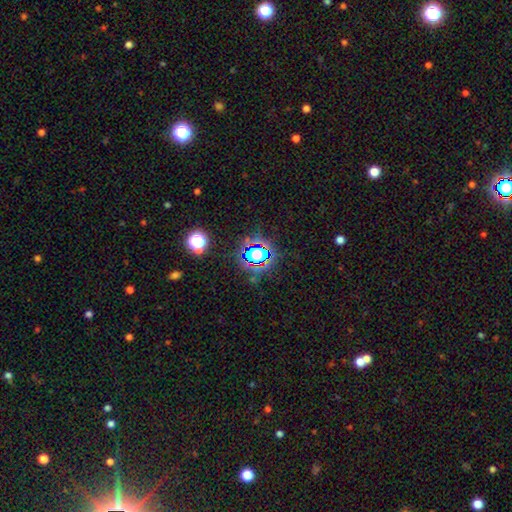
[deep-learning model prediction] This is possibly a star or artifact rather than a galaxy (59%).